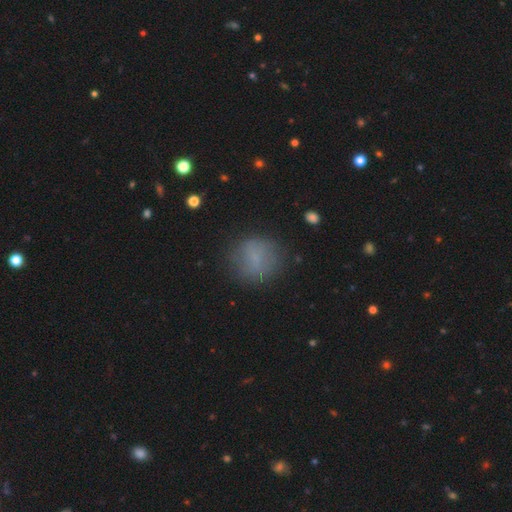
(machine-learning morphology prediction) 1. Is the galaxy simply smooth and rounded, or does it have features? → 73% smooth, 14% featured or disk, 13% star or artifact.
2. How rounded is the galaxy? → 83% round, 15% in between, 1% cigar-shaped.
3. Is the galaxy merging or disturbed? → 79% none, 14% minor disturbance, 6% major disturbance, 2% merger.